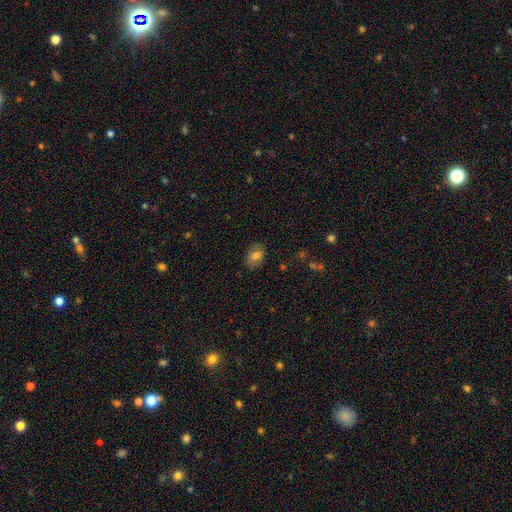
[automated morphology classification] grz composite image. It shows a smooth galaxy with no disk features (74%) that is in between round and cigar-shaped (82%). Merging: none (81%).